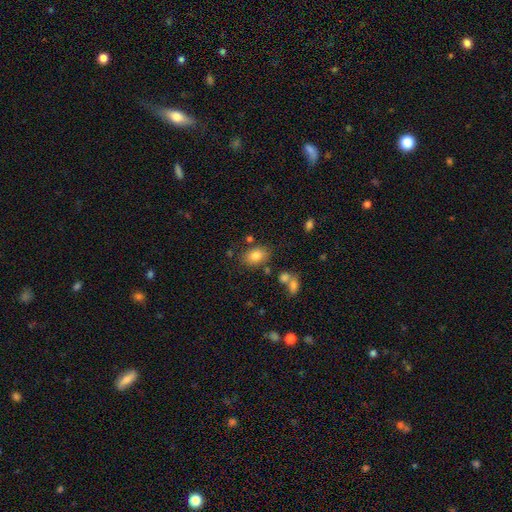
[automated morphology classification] Overall: smooth (81%). How rounded: in between (81%). Merging: none (74%).